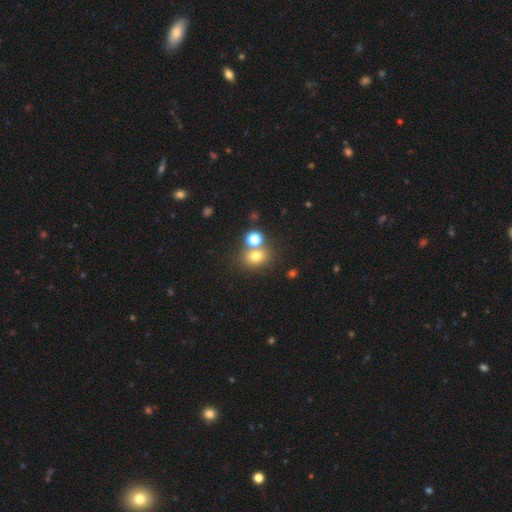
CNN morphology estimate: The model was most divided on "how rounded": round: 66%, in between: 33%, cigar-shaped: 1%. More confident: smooth or featured — smooth (72%); merging — none (62%).